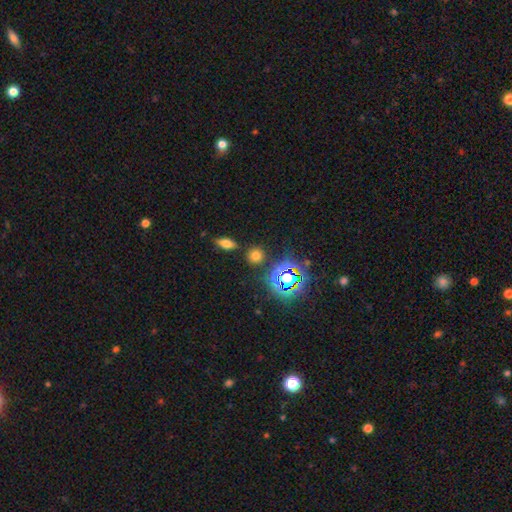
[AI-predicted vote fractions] Q: Smooth or featured?
A: smooth (64%); runner-up: star or artifact (29%)
Q: How rounded?
A: round (83%); runner-up: in between (15%)
Q: Merging?
A: none (84%); runner-up: minor disturbance (8%)